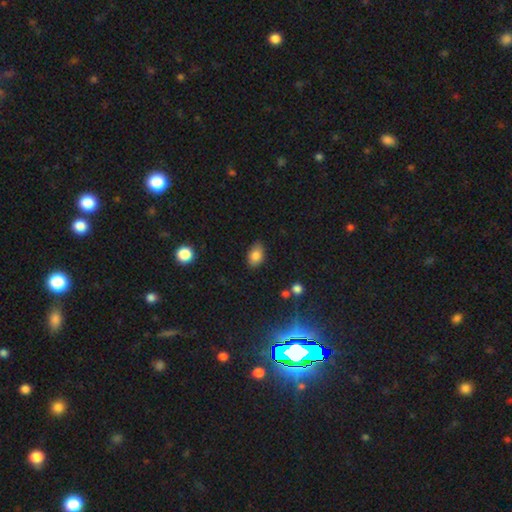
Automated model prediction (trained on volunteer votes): Morphology: type=smooth (81%); roundness=in between (88%); merging=none (82%).